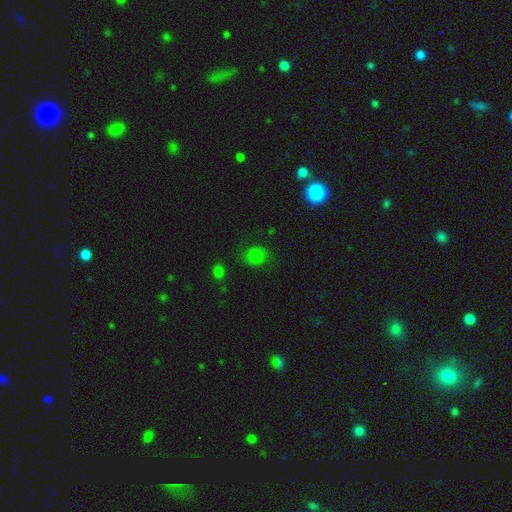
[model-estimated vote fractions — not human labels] Q: Smooth or featured?
A: smooth (76%); runner-up: star or artifact (17%)
Q: How rounded?
A: round (67%); runner-up: in between (32%)
Q: Merging?
A: none (79%); runner-up: minor disturbance (15%)